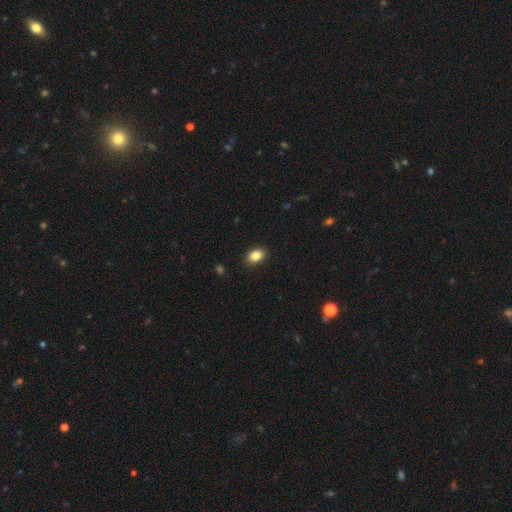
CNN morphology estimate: This is clearly a smooth galaxy (85%). How rounded: likely in between (79%). Merging: clearly none (89%).